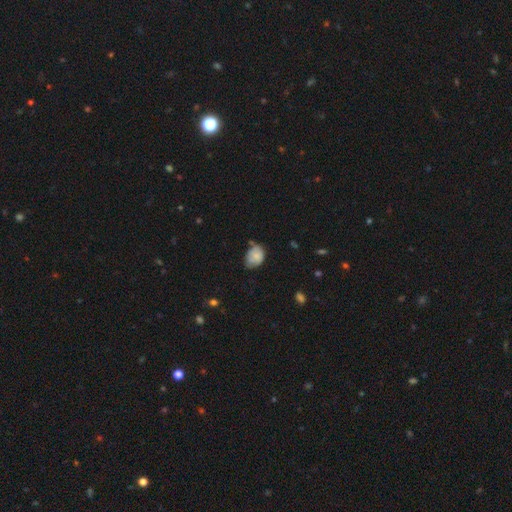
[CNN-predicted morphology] Q: Smooth or featured?
A: smooth (73%); runner-up: featured or disk (19%)
Q: How rounded?
A: in between (71%); runner-up: round (28%)
Q: Merging?
A: minor disturbance (42%); tied with: none (42%)